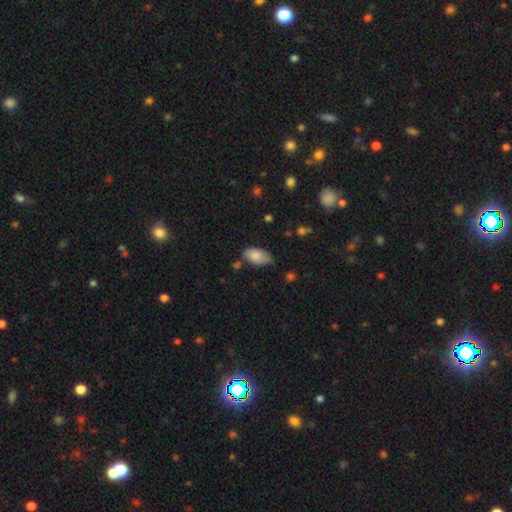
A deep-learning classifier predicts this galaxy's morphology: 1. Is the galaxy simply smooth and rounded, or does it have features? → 81% smooth, 13% featured or disk, 7% star or artifact.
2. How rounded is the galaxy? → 94% in between, 4% round, 2% cigar-shaped.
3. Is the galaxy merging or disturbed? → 55% none, 34% minor disturbance, 6% major disturbance, 5% merger.